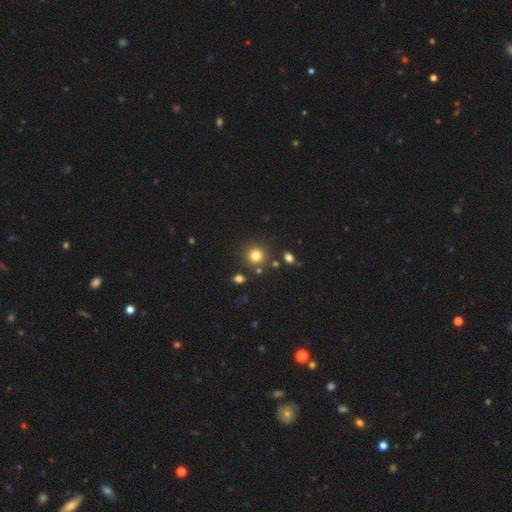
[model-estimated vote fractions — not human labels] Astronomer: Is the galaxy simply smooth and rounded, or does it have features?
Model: smooth — 80%.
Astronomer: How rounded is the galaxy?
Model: round — 92%.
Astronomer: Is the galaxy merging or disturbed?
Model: none — 85%.